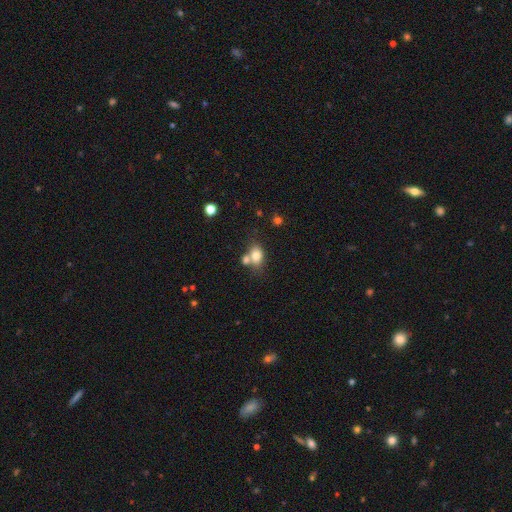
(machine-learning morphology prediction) smooth_or_featured: smooth (p=0.78) [alt: featured or disk p=0.12]
how_rounded: in between (p=0.67) [alt: round p=0.32]
merging: none (p=0.46) [alt: merger p=0.36]